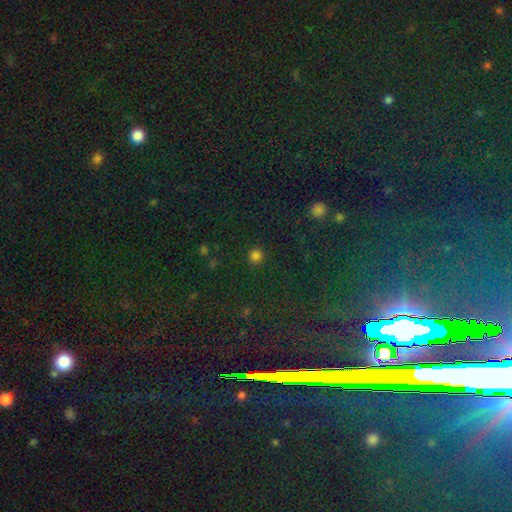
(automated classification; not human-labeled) A smooth galaxy with no disk features (80%) that is round (91%).

Vote fractions:
- Smooth or featured? smooth: 80% / star or artifact: 16% / featured or disk: 4%
- How rounded? round: 91% / in between: 8% / cigar-shaped: 1%
- Merging? none: 90% / minor disturbance: 7% / major disturbance: 2% / merger: 1%